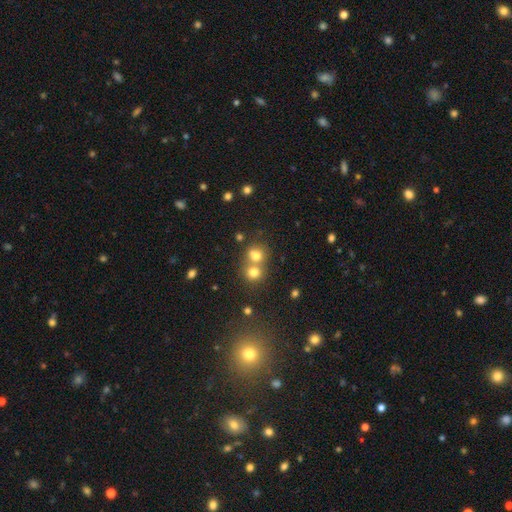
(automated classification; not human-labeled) smooth 73%, star or artifact 14%, featured or disk 12%. Down the decision tree: how rounded — round (72%); merging — merger (54%).